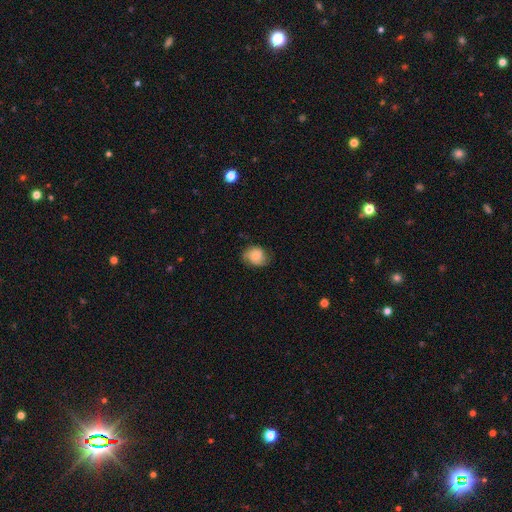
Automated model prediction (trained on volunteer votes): Smooth or featured?
  - smooth: 65% *
  - featured or disk: 26%
  - star or artifact: 9%
How rounded?
  - round: 58% *
  - in between: 41%
  - cigar-shaped: 1%
Merging?
  - none: 67% *
  - minor disturbance: 25%
  - major disturbance: 7%
  - merger: 1%